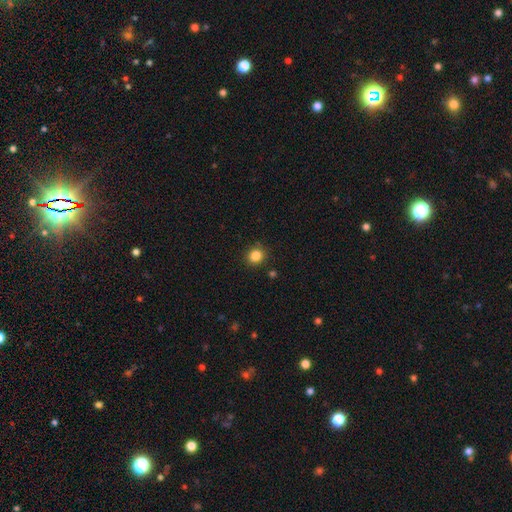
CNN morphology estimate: The model was most divided on "smooth or featured": smooth: 84%, star or artifact: 12%, featured or disk: 4%. More confident: merging — none (89%); how rounded — round (87%).